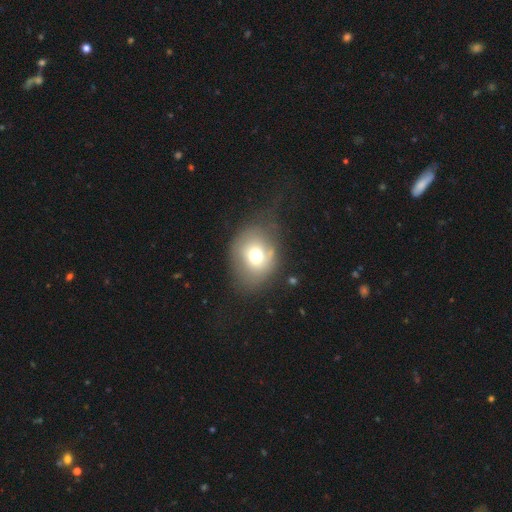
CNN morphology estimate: This is likely a smooth galaxy (67%). How rounded: possibly round (56%). Merging: possibly none (50%).